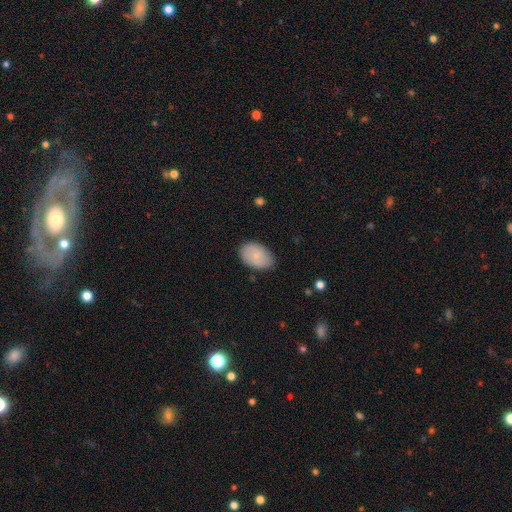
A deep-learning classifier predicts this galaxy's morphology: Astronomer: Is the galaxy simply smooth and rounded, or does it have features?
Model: smooth — 77%.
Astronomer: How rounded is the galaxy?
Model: in between — 88%.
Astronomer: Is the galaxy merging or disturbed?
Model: none — 82%.